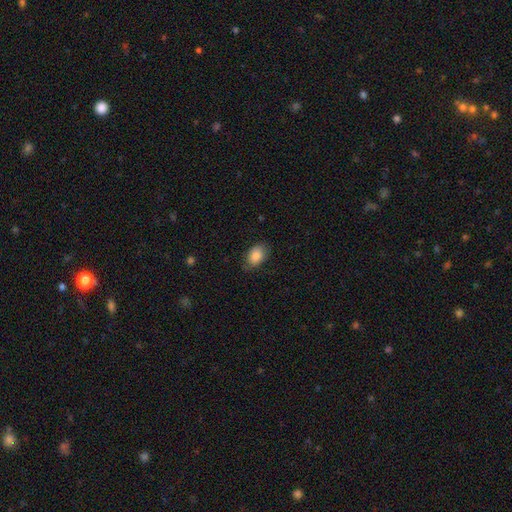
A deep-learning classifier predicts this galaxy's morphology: Smooth or featured? Predicted: smooth (p=0.85). How rounded? Predicted: in between (p=0.81). Merging? Predicted: none (p=0.76).